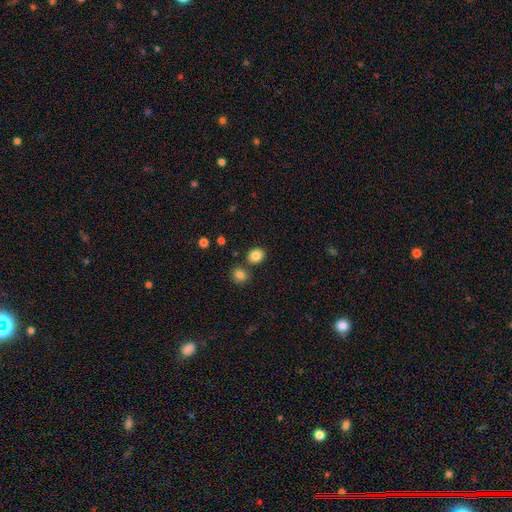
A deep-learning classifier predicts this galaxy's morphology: Smooth or featured? Predicted: smooth (p=0.85). How rounded? Predicted: round (p=0.68). Merging? Predicted: none (p=0.76).